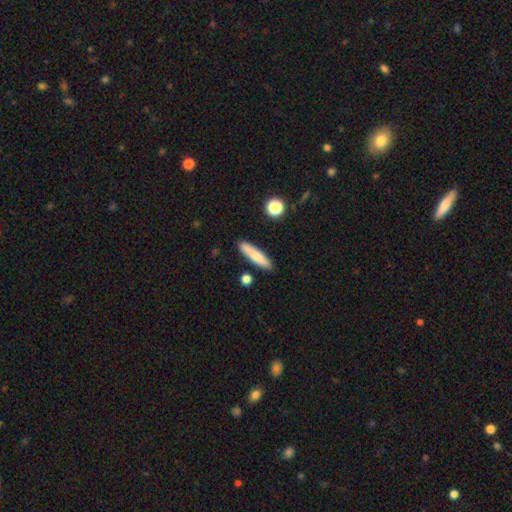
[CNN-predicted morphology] Smooth or featured: smooth — 77% (featured or disk — 17%)
How rounded: cigar-shaped — 82% (in between — 16%)
Merging: none — 86% (minor disturbance — 9%)